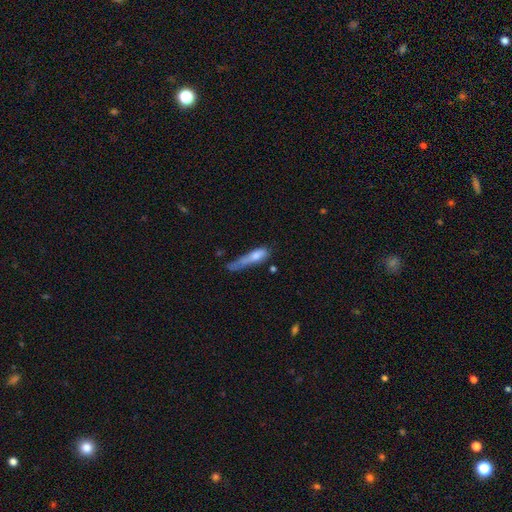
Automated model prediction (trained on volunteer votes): smooth_or_featured: smooth (p=0.56) [alt: featured or disk p=0.34]
how_rounded: cigar-shaped (p=0.78) [alt: in between p=0.19]
merging: major disturbance (p=0.31) [alt: none p=0.30]